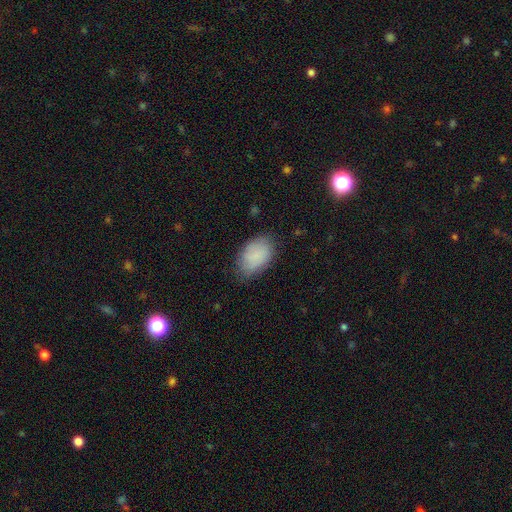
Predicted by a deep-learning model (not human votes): Smooth or featured?
  - smooth: 85% *
  - featured or disk: 9%
  - star or artifact: 7%
How rounded?
  - in between: 91% *
  - round: 8%
  - cigar-shaped: 1%
Merging?
  - none: 71% *
  - minor disturbance: 22%
  - major disturbance: 5%
  - merger: 1%